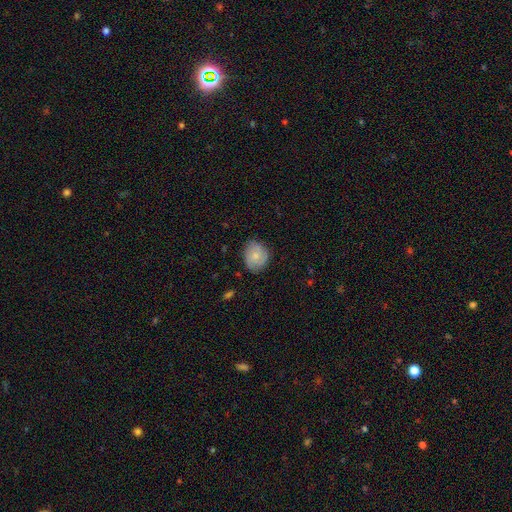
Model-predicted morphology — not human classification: smooth-or-featured: smooth: 67% | featured or disk: 26% | star or artifact: 7%
  how-rounded: round: 63% | in between: 36% | cigar-shaped: 1%
  merging: none: 76% | minor disturbance: 19% | major disturbance: 4% | merger: 1%